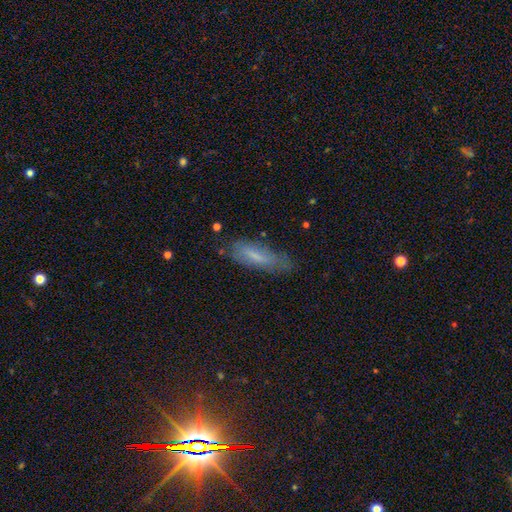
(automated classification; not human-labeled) smooth_or_featured: smooth (p=0.60) [alt: featured or disk p=0.31]
how_rounded: cigar-shaped (p=0.57) [alt: in between p=0.41]
merging: none (p=0.66) [alt: minor disturbance p=0.24]